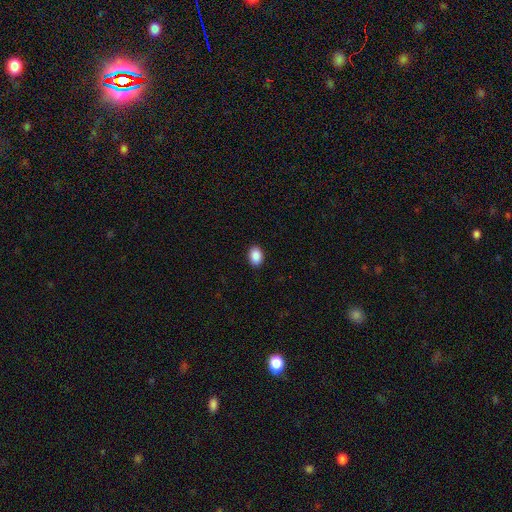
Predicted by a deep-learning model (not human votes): A smooth galaxy with no disk features (90%) that is in between round and cigar-shaped (80%). Merging: none (90%).